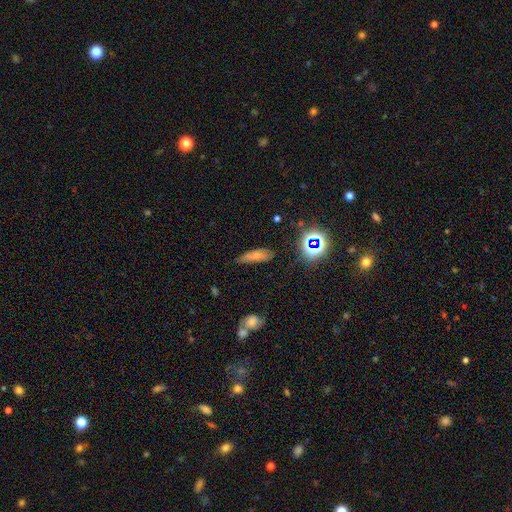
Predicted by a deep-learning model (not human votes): The model was most divided on "how rounded": in between: 53%, cigar-shaped: 43%, round: 4%. More confident: smooth or featured — smooth (69%); merging — none (59%).